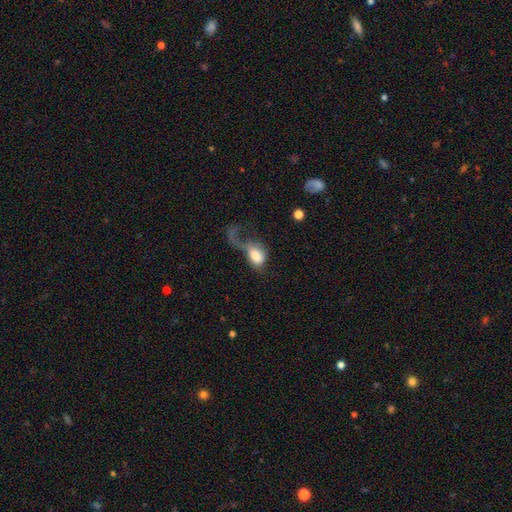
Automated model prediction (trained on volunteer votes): This appears to be a smooth galaxy with no disk features (67%) that is in between round and cigar-shaped (79%). Merging: major disturbance (65%).